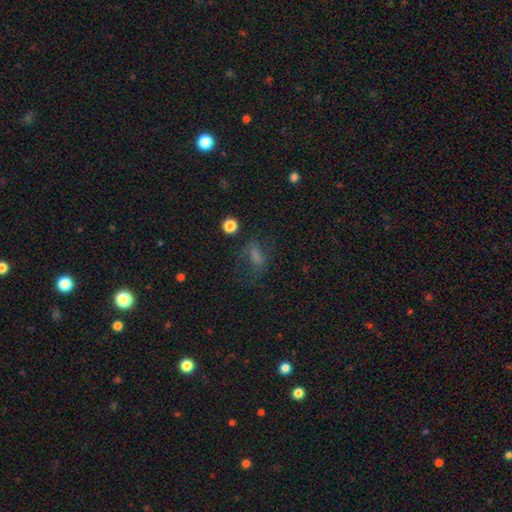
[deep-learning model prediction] This is possibly a smooth galaxy (52%). How rounded: likely in between (65%). Merging: possibly none (54%).